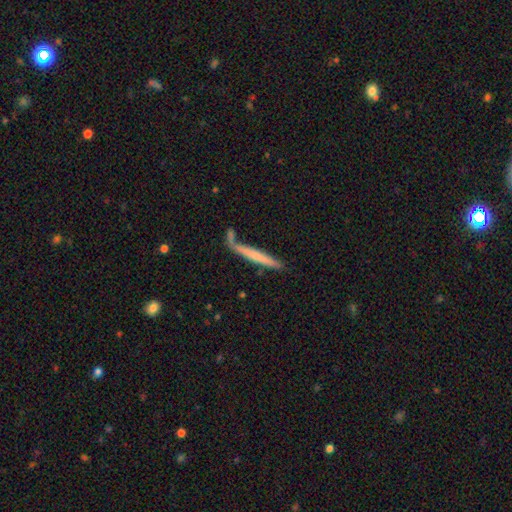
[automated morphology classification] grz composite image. It shows a smooth galaxy with no disk features (56%) that is cigar-shaped (96%). Merging: none (61%).